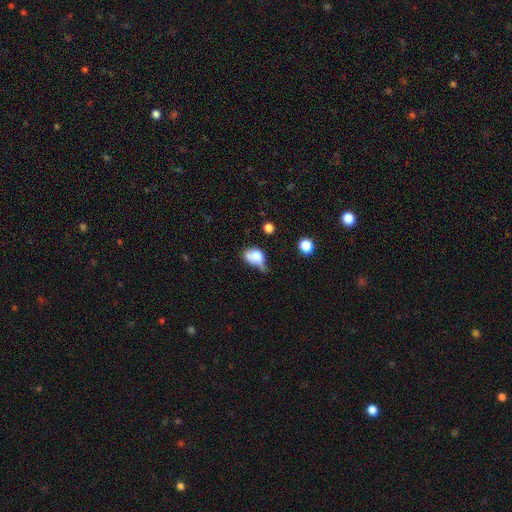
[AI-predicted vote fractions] smooth 68%, featured or disk 21%, star or artifact 10%. Down the decision tree: how rounded — in between (65%); merging — minor disturbance (36%).